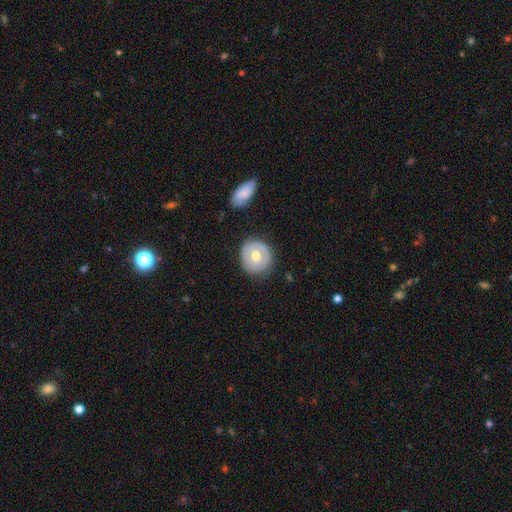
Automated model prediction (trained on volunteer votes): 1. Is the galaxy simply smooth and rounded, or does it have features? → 52% smooth, 42% featured or disk, 6% star or artifact.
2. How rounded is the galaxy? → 88% round, 11% in between, 1% cigar-shaped.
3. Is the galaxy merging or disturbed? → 82% none, 13% minor disturbance, 3% major disturbance, 2% merger.